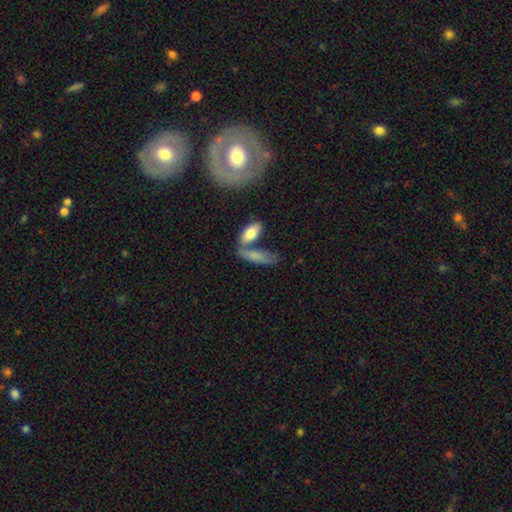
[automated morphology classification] A smooth galaxy with no disk features (76%) that is in between round and cigar-shaped (61%). Merging: none (43%).